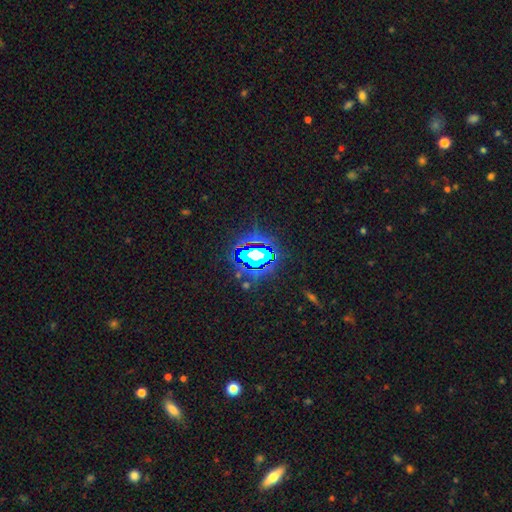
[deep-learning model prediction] smooth-or-featured: star or artifact: 74% | smooth: 13% | featured or disk: 13%